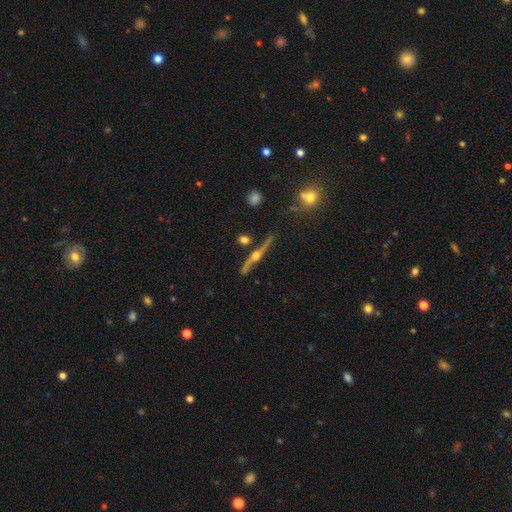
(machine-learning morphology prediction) smooth-or-featured: featured or disk: 83% | smooth: 10% | star or artifact: 7%
  disk-edge-on: yes: 93% | no: 7%
    edge-on-bulge: rounded: 95% | boxy: 3% | none: 2%
  merging: none: 72% | minor disturbance: 15% | merger: 8% | major disturbance: 5%